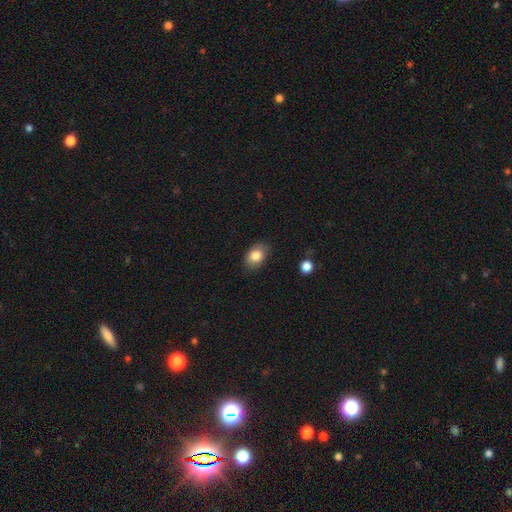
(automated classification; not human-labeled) smooth_or_featured: smooth (p=0.82) [alt: featured or disk p=0.10]
how_rounded: in between (p=0.84) [alt: round p=0.15]
merging: none (p=0.82) [alt: minor disturbance p=0.14]